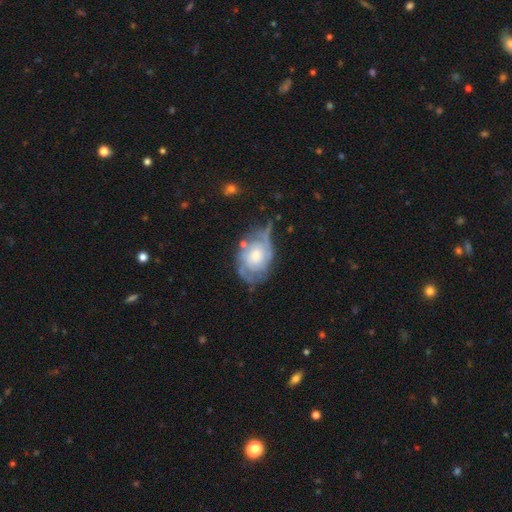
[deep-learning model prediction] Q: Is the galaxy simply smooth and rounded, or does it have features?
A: featured or disk — 68%.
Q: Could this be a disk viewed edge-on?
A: no — 96%.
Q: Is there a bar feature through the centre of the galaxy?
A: no — 75%.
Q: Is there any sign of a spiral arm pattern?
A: yes — 77%.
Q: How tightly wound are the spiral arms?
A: tight — 49%.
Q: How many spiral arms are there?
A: can't tell — 40%.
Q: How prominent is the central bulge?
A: moderate — 47%.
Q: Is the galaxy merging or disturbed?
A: none — 40%.